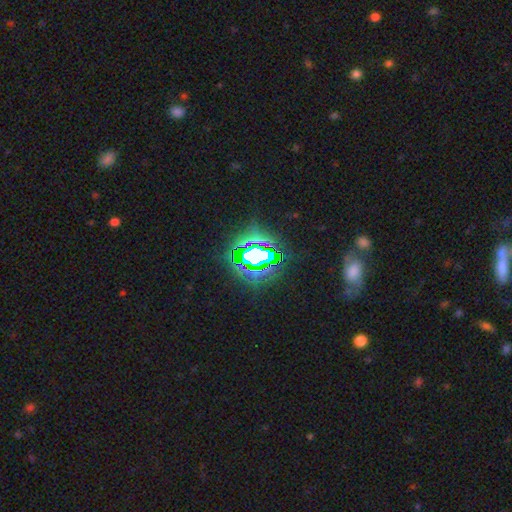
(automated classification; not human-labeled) Overall: star or artifact (72%).